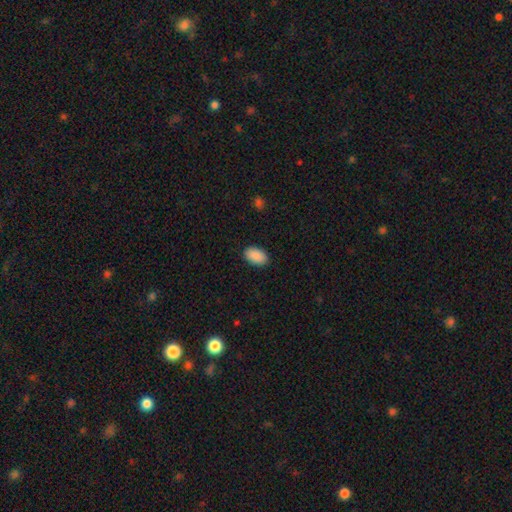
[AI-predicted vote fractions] Morphology: type=smooth (91%); roundness=in between (93%); merging=none (89%).